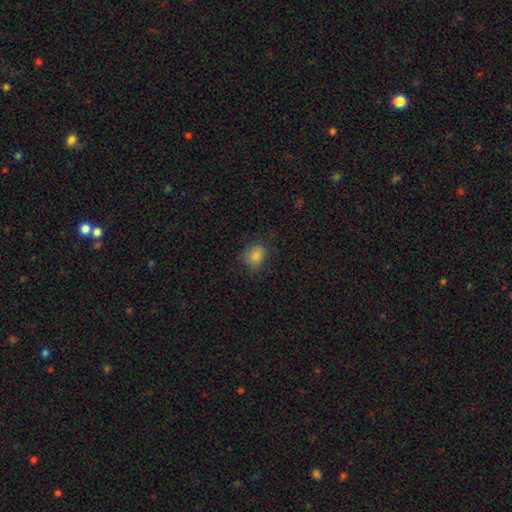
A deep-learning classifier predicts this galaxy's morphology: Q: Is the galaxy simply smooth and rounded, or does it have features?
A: smooth — 82%.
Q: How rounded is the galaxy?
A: round — 56%.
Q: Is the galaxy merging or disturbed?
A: none — 74%.